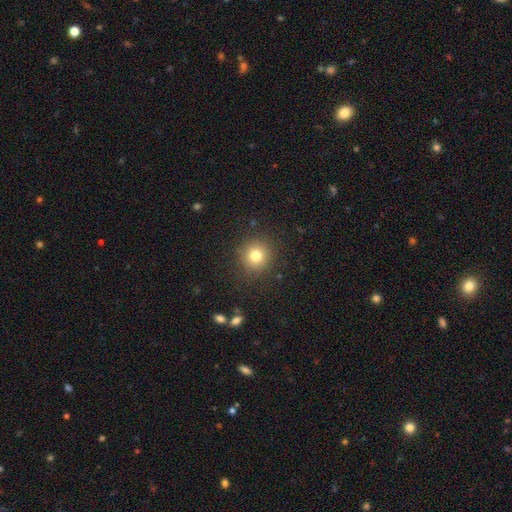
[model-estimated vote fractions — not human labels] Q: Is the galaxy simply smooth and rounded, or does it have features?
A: smooth — 79%.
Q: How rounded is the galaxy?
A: round — 92%.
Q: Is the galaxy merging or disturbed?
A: none — 88%.